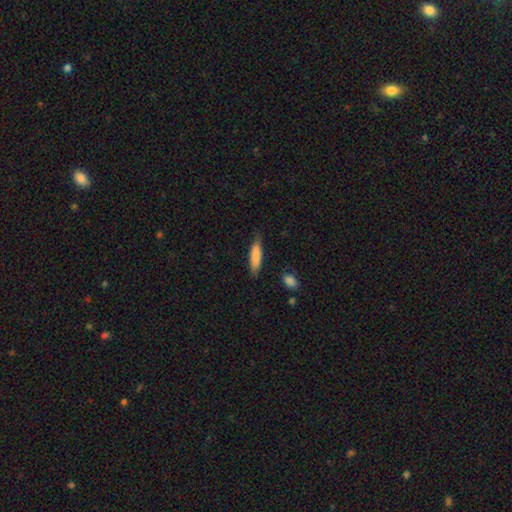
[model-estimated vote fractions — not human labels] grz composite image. It shows a smooth galaxy with no disk features (83%) that is cigar-shaped (70%). Merging: none (78%).